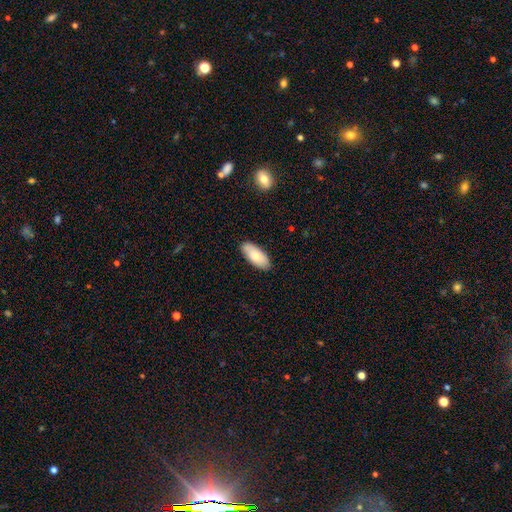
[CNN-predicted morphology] This is likely a smooth galaxy (77%). How rounded: clearly in between (87%). Merging: clearly none (88%).